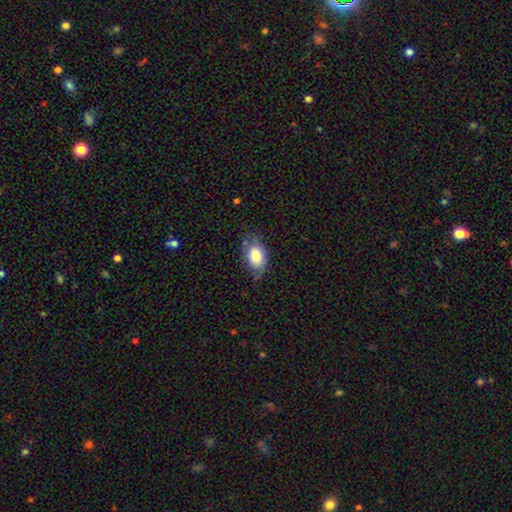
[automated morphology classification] The model was most divided on "merging": none: 62%, minor disturbance: 28%, major disturbance: 8%, merger: 2%. More confident: how rounded — in between (90%); smooth or featured — smooth (77%).